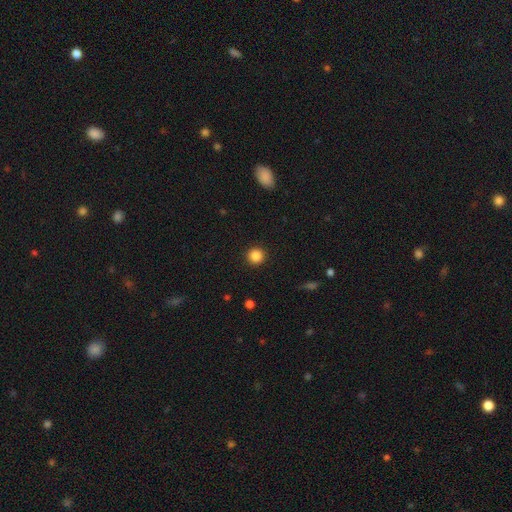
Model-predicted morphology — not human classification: A smooth galaxy with no disk features (86%) that is round (95%). Merging: none (92%).